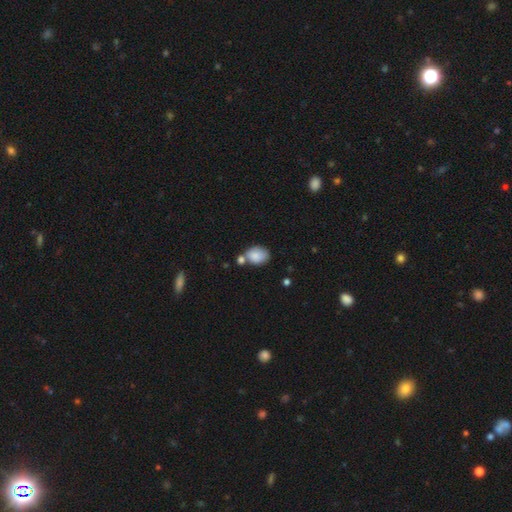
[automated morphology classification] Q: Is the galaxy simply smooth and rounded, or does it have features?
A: smooth — 85%.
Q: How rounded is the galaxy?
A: in between — 72%.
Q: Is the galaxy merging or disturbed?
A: none — 53%.